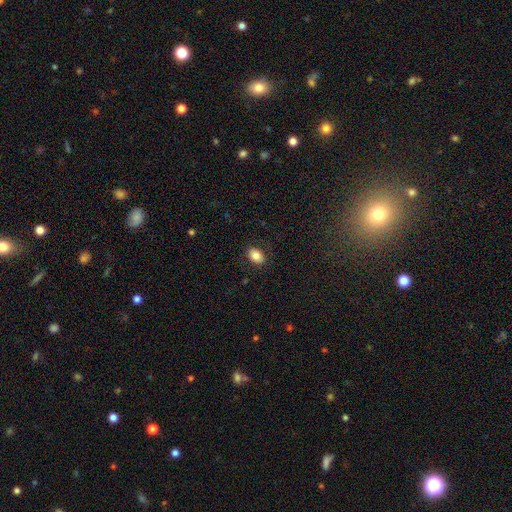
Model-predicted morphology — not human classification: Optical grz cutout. It shows a smooth galaxy with no disk features (83%) that is in between round and cigar-shaped (79%). Merging: none (85%).